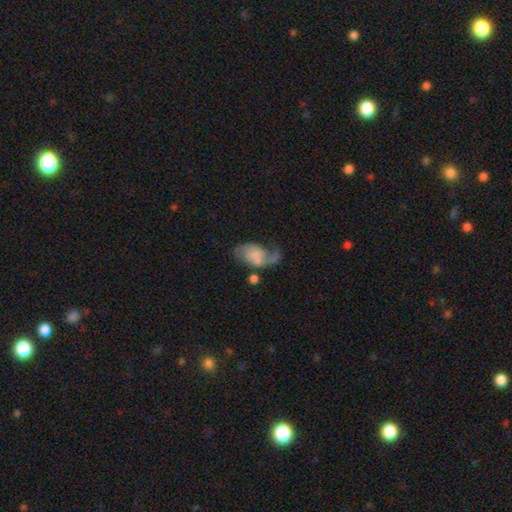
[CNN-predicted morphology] type=featured or disk (71%); edge-on=no (98%); bar=no (62%); spiral arms=yes (91%); winding=loose (58%); arm count=2 (75%); bulge=none (44%); merging=none (42%).